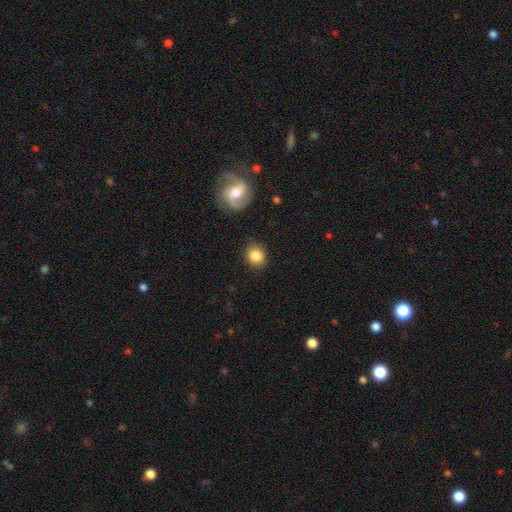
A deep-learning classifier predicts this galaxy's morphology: This appears to be a smooth galaxy with no disk features (84%) that is round (71%). Merging: none (82%).